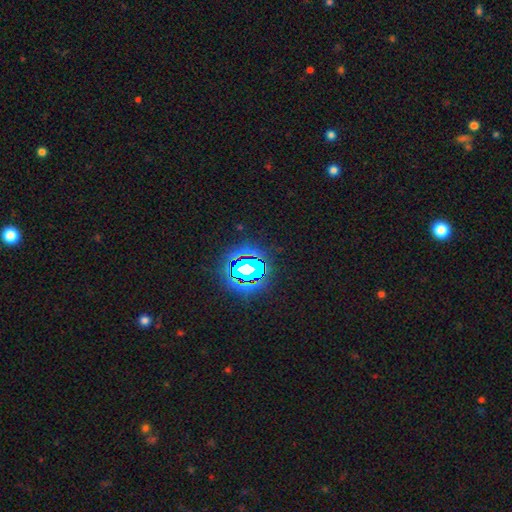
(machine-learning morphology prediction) smooth_or_featured: star or artifact (p=0.84) [alt: smooth p=0.10]